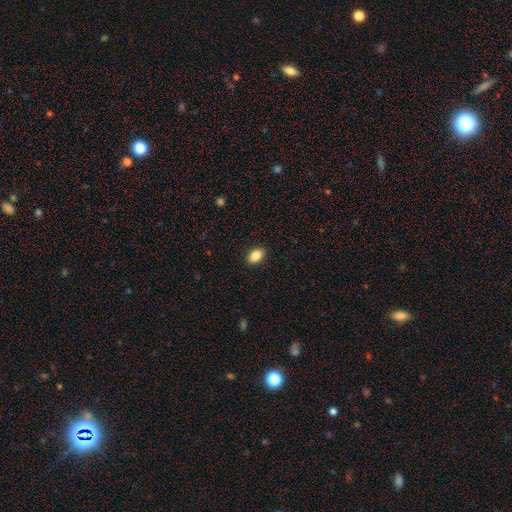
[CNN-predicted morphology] smooth 87%, star or artifact 8%, featured or disk 5%. Down the decision tree: how rounded — in between (87%); merging — none (90%).